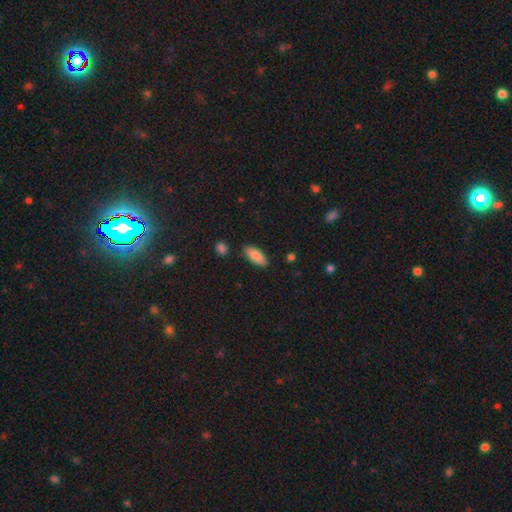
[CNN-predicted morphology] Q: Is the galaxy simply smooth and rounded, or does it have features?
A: smooth — 87%.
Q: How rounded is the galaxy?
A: in between — 81%.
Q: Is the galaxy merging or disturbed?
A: none — 82%.